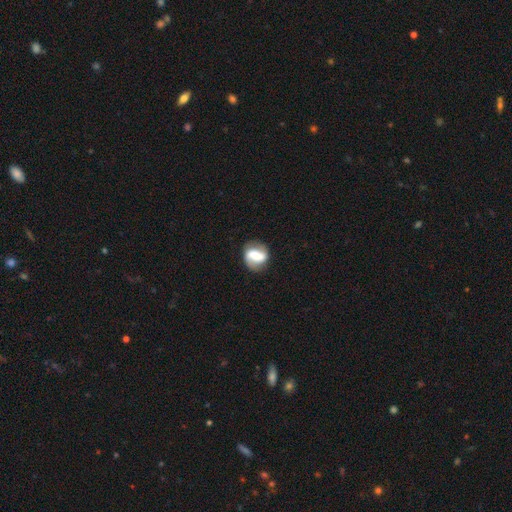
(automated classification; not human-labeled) The model was most divided on "bulge size": large: 31%, moderate: 27%, small: 18%, none: 14%, dominant: 9%. More confident: edge-on disk — no (96%); spiral arms — yes (77%); merging — none (73%); smooth or featured — featured or disk (61%); bar — strong (58%).